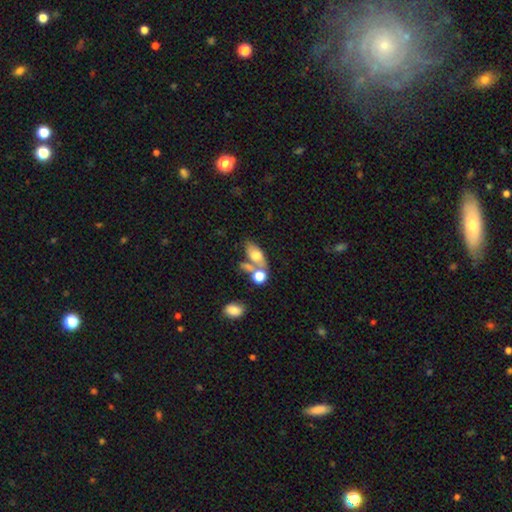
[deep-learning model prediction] smooth-or-featured: smooth: 64% | featured or disk: 25% | star or artifact: 11%
  how-rounded: in between: 80% | round: 12% | cigar-shaped: 8%
  merging: merger: 42% | none: 34% | minor disturbance: 14% | major disturbance: 11%